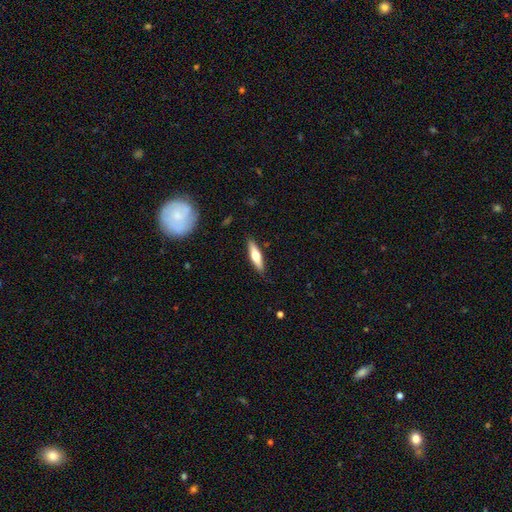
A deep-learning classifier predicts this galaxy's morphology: Overall: smooth (53%; featured or disk 41%). How rounded: cigar-shaped (72%). Merging: none (87%).